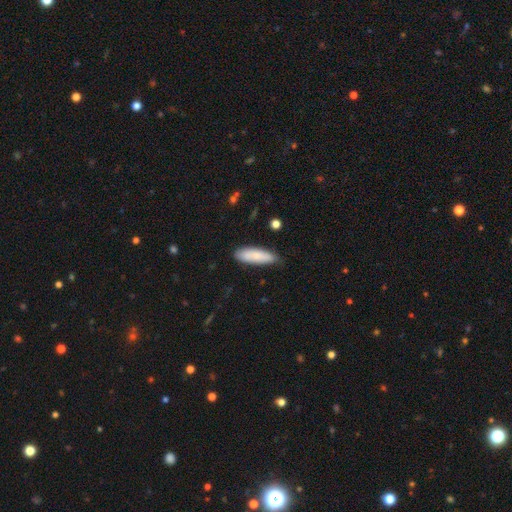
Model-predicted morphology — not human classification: Smooth or featured?
  - smooth: 82% *
  - featured or disk: 12%
  - star or artifact: 6%
How rounded?
  - in between: 51% *
  - cigar-shaped: 47%
  - round: 2%
Merging?
  - none: 76% *
  - minor disturbance: 20%
  - major disturbance: 3%
  - merger: 2%